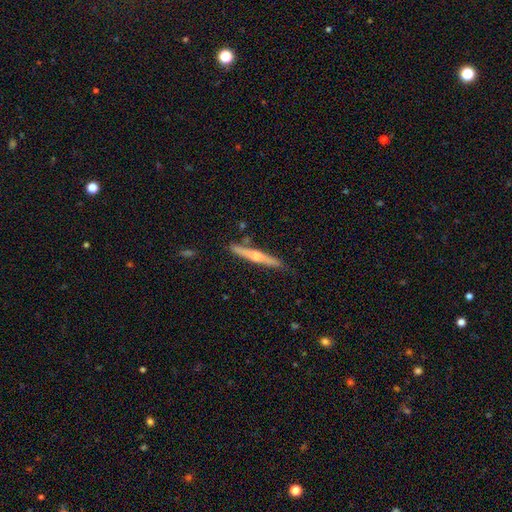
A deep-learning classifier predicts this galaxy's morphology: featured or disk 58%, smooth 36%, star or artifact 6%. Down the decision tree: edge-on disk — yes (97%); edge-on bulge — rounded (80%); merging — none (85%).